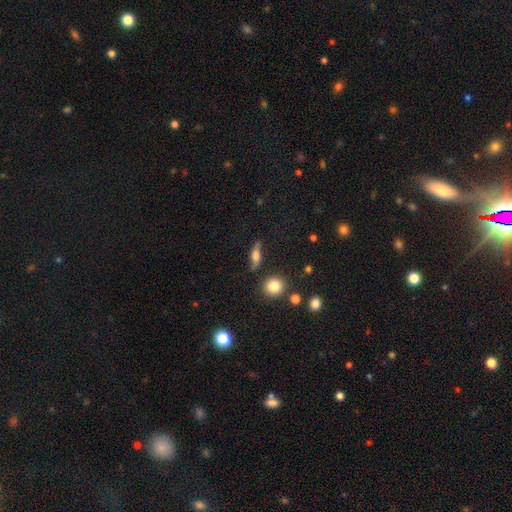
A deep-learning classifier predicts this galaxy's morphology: A featured or disk galaxy (46%). Merging: none (72%).